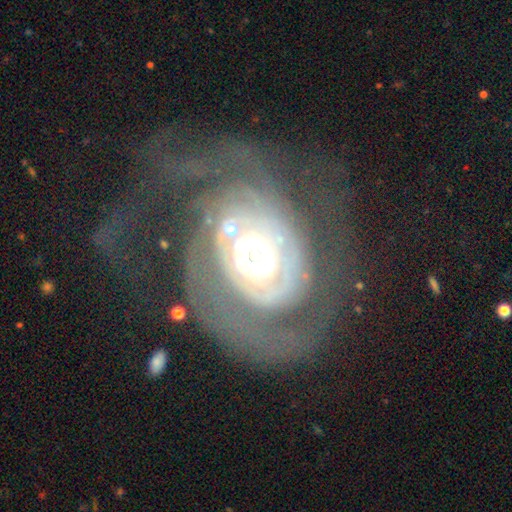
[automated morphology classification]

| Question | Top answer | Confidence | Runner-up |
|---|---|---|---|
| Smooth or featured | featured or disk | 86% | smooth (8%) |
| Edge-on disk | no | 97% | yes (3%) |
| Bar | no | 74% | weak (18%) |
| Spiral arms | yes | 89% | no (11%) |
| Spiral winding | tight | 68% | medium (22%) |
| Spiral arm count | can't tell | 35% | 2 (26%) |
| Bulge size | moderate | 58% | large (25%) |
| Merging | none | 46% | major disturbance (34%) |